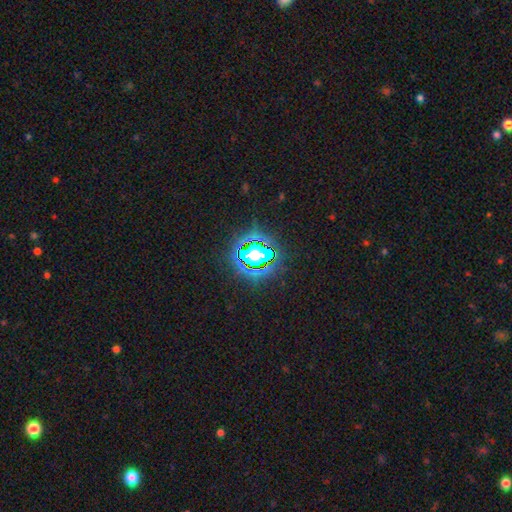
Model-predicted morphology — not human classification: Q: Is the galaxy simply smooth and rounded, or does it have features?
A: star or artifact — 67%.